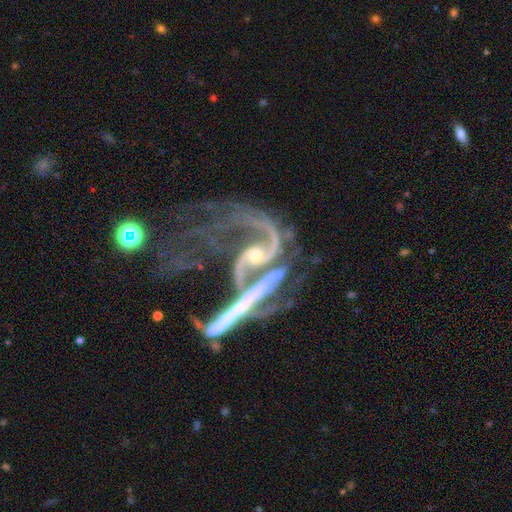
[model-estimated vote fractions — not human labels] smooth_or_featured: featured or disk (p=0.88) [alt: star or artifact p=0.07]
disk_edge_on: no (p=0.94) [alt: yes p=0.06]
bar: no (p=0.58) [alt: weak p=0.25]
has_spiral_arms: yes (p=0.92) [alt: no p=0.08]
spiral_winding: loose (p=0.58) [alt: medium p=0.31]
spiral_arm_count: 2 (p=0.69) [alt: 1 p=0.10]
bulge_size: small (p=0.49) [alt: moderate p=0.38]
merging: merger (p=0.54) [alt: major disturbance p=0.23]